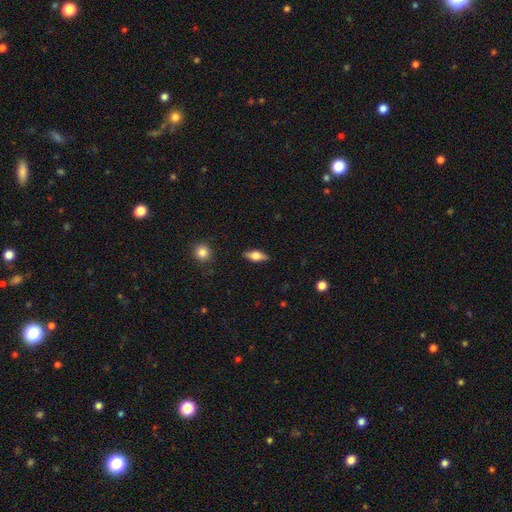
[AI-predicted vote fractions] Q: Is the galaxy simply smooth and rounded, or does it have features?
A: smooth — 55%.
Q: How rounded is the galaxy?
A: in between — 72%.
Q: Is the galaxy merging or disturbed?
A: none — 86%.